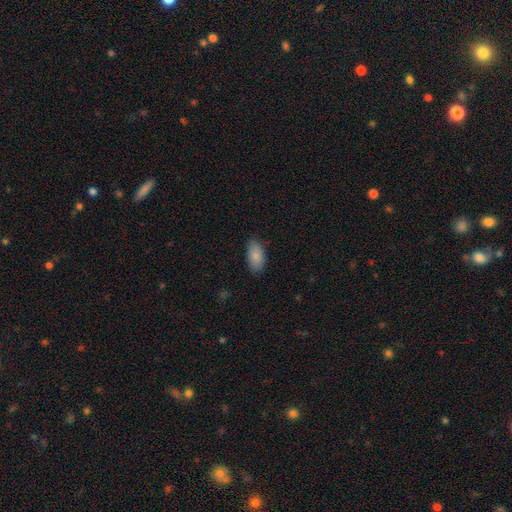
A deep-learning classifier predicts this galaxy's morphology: Overall: smooth (86%). How rounded: in between (93%). Merging: none (83%).